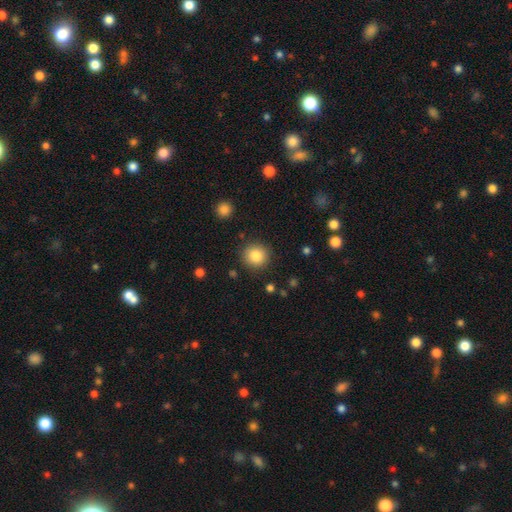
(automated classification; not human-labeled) Smooth or featured: smooth — 85% (star or artifact — 9%)
How rounded: round — 91% (in between — 8%)
Merging: none — 88% (minor disturbance — 7%)